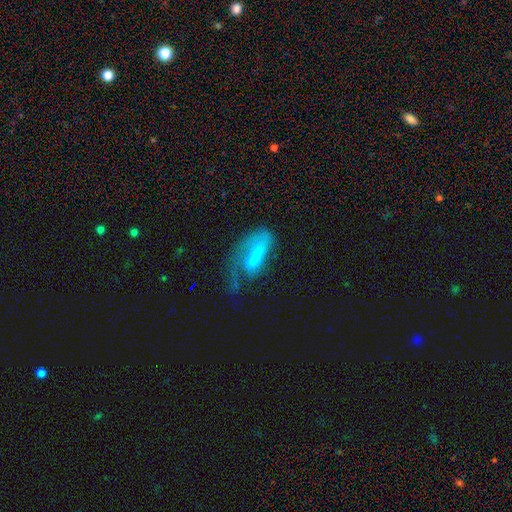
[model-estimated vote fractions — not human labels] A featured or disk galaxy (47%). Merging: major disturbance (49%).